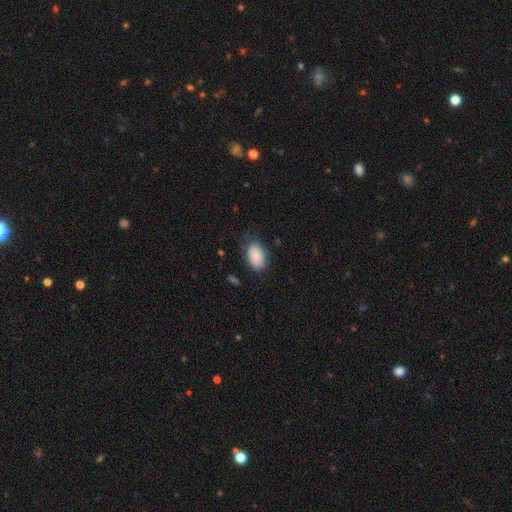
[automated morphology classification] Smooth or featured? smooth (88%)
How rounded? in between (90%)
Merging? none (71%)